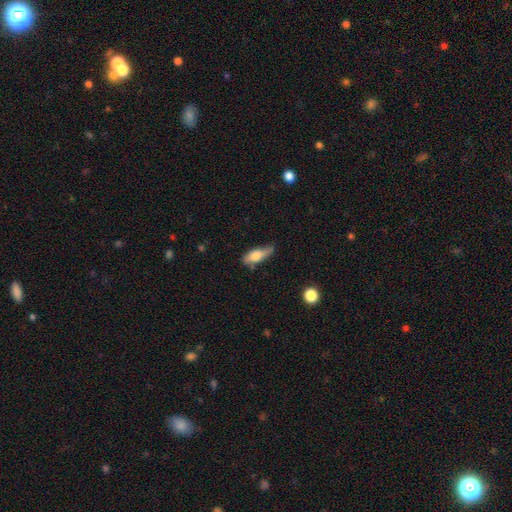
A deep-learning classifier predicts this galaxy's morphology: The model was most divided on "merging": none: 53%, minor disturbance: 35%, major disturbance: 8%, merger: 3%. More confident: smooth or featured — smooth (65%); how rounded — in between (65%).